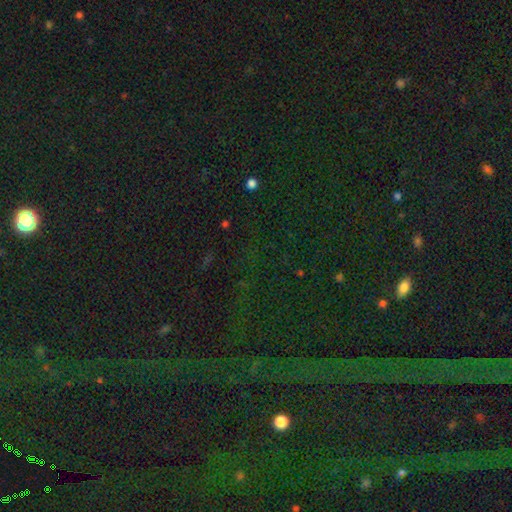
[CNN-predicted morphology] Q: Smooth or featured?
A: star or artifact (84%); runner-up: smooth (9%)